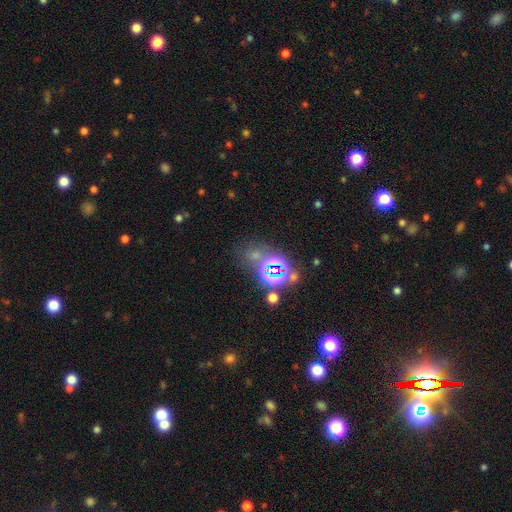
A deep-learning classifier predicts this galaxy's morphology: star or artifact 56%, smooth 33%, featured or disk 11%.